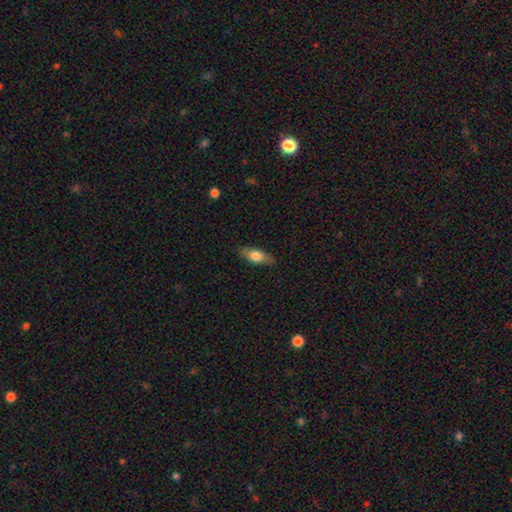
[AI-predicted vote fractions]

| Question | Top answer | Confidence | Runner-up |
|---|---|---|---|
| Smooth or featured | smooth | 70% | featured or disk (24%) |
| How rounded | in between | 76% | cigar-shaped (20%) |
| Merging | none | 84% | minor disturbance (12%) |